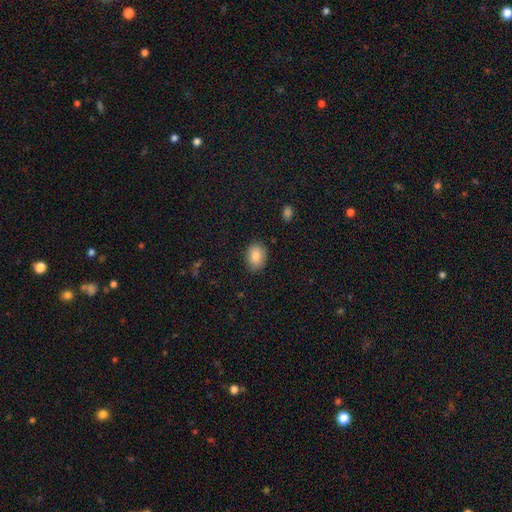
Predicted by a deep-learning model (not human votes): The model was most divided on "how rounded": in between: 75%, round: 24%, cigar-shaped: 1%. More confident: smooth or featured — smooth (86%); merging — none (85%).